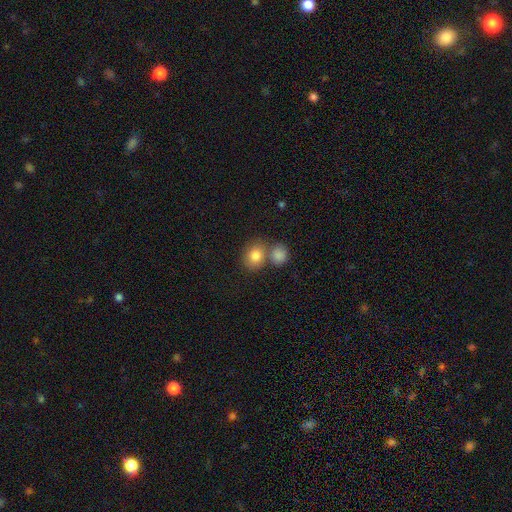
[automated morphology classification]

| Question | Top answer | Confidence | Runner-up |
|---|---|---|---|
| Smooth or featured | smooth | 83% | featured or disk (9%) |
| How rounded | round | 67% | in between (32%) |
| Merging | none | 47% | merger (40%) |